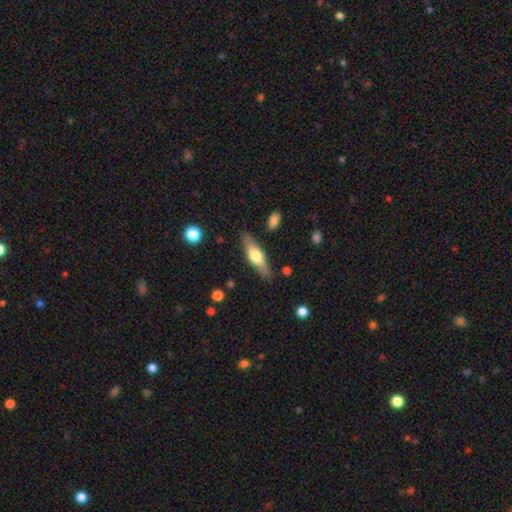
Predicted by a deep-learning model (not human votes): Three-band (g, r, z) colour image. It shows a smooth galaxy with no disk features (55%) that is cigar-shaped (55%). Merging: none (83%).